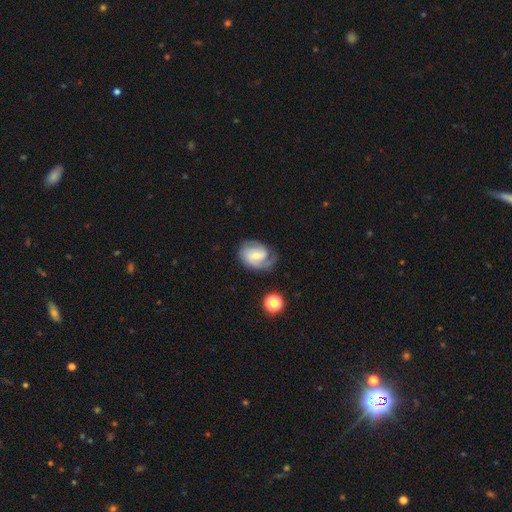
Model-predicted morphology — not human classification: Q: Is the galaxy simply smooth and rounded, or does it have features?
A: featured or disk — 72%.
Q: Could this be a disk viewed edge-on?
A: no — 97%.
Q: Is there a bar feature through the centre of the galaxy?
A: weak — 52%.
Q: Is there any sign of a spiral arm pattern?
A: yes — 93%.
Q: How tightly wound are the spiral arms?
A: tight — 44%.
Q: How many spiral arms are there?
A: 2 — 52%.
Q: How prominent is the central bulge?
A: small — 53%.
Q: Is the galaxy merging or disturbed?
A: none — 59%.